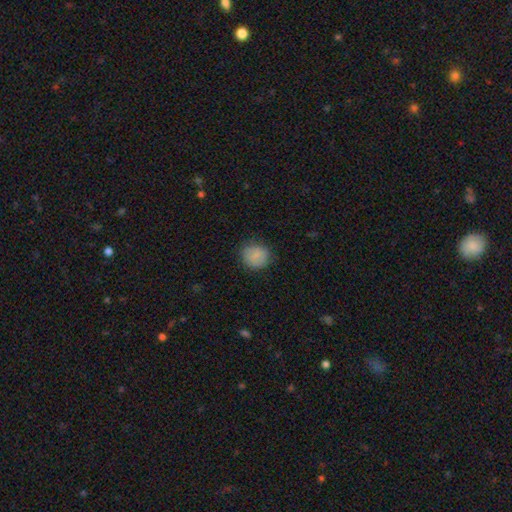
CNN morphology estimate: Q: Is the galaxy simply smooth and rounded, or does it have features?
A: smooth — 84%.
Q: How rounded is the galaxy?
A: round — 83%.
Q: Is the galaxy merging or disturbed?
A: none — 80%.